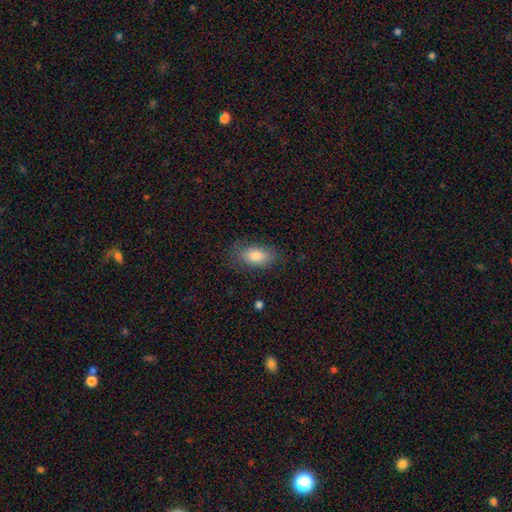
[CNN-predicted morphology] type=smooth (81%); roundness=in between (90%); merging=none (76%).